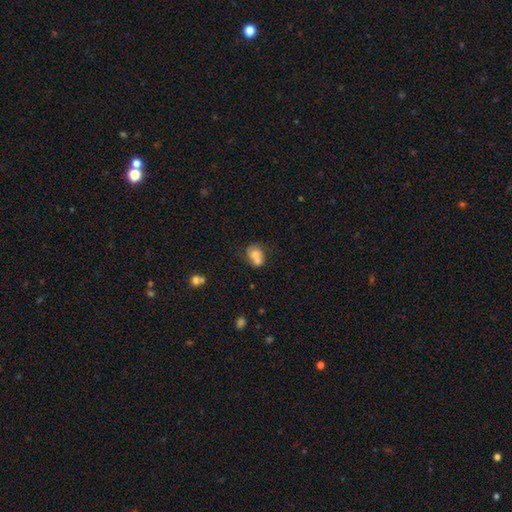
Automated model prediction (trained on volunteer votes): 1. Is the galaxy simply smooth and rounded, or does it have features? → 68% smooth, 23% featured or disk, 9% star or artifact.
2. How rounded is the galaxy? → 56% round, 43% in between, 1% cigar-shaped.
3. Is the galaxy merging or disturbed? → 47% merger, 35% none, 13% minor disturbance, 5% major disturbance.